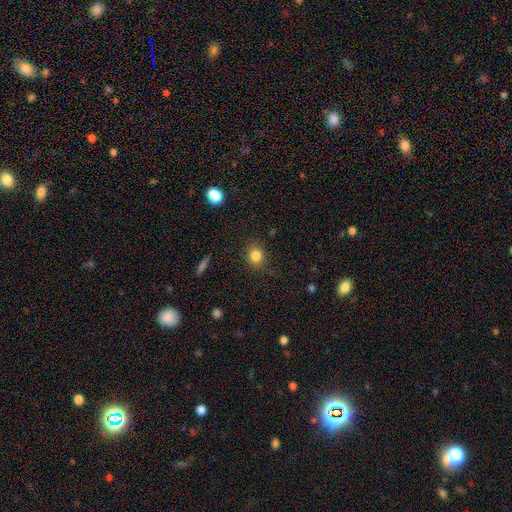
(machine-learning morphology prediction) A smooth galaxy with no disk features (83%) that is round (74%).

Vote fractions:
- Smooth or featured? smooth: 83% / star or artifact: 11% / featured or disk: 6%
- How rounded? round: 74% / in between: 25% / cigar-shaped: 1%
- Merging? none: 84% / minor disturbance: 11% / major disturbance: 3% / merger: 1%